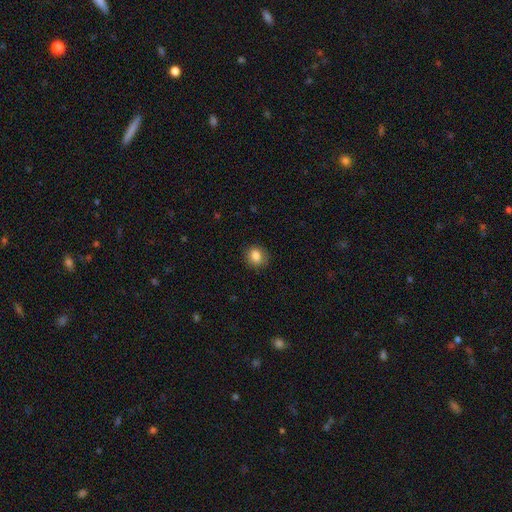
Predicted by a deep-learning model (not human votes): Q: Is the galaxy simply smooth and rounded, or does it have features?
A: smooth — 85%.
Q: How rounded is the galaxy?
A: round — 63%.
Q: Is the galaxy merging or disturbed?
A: none — 84%.